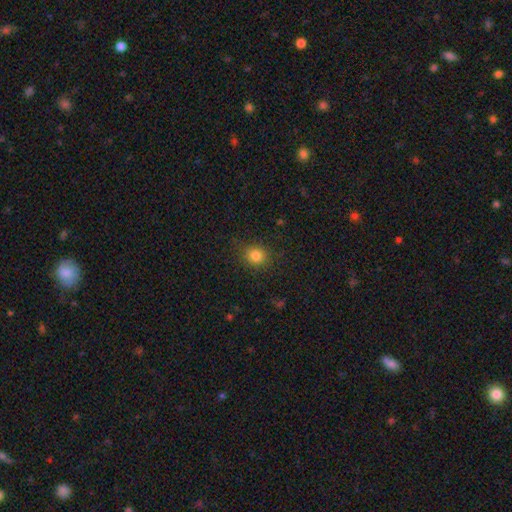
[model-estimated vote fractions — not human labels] smooth 82%, star or artifact 13%, featured or disk 6%. Down the decision tree: how rounded — round (78%); merging — none (84%).